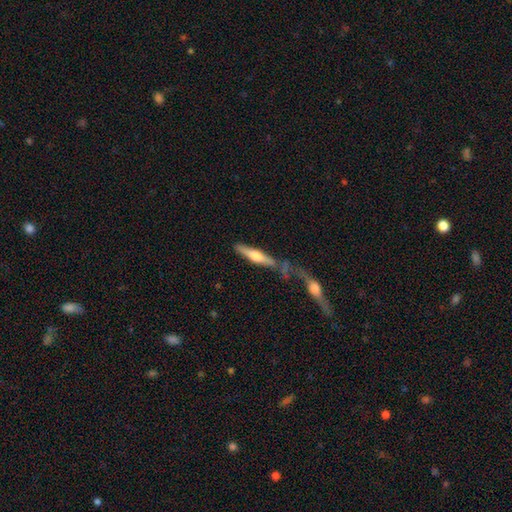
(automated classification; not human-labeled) Smooth or featured: featured or disk — 58% (smooth — 37%)
Edge-on disk: yes — 94% (no — 6%)
Edge-on bulge: rounded — 88% (boxy — 7%)
Merging: none — 61% (minor disturbance — 16%)